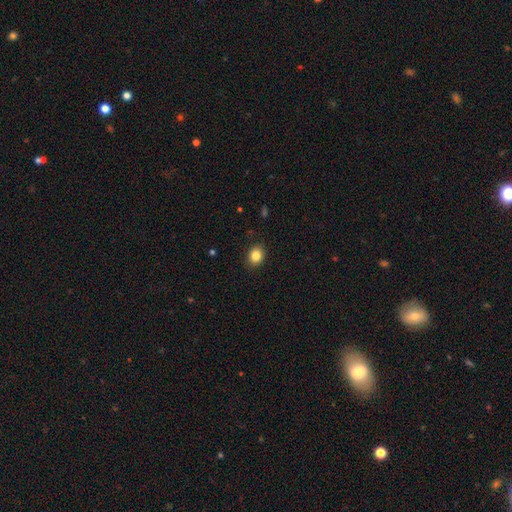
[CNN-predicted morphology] Smooth or featured? Predicted: smooth (p=0.85). How rounded? Predicted: round (p=0.52). Merging? Predicted: none (p=0.89).